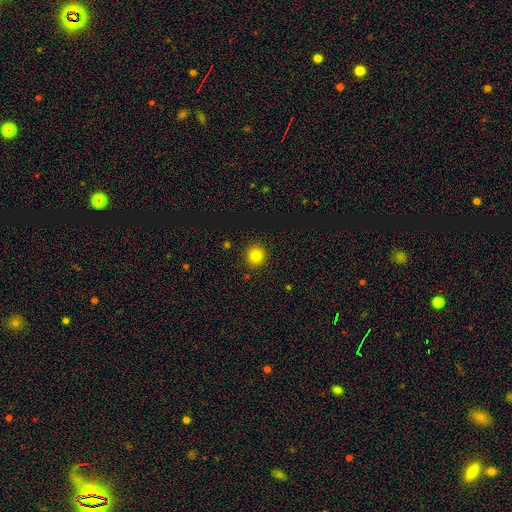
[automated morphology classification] smooth 82%, star or artifact 13%, featured or disk 5%. Down the decision tree: how rounded — round (93%); merging — none (91%).